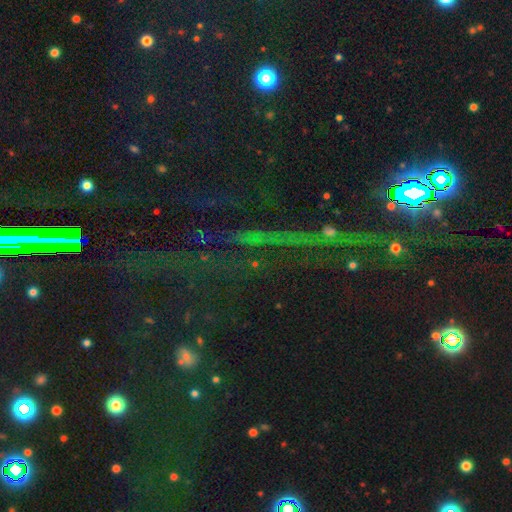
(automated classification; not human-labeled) star or artifact 78%, smooth 12%, featured or disk 10%.